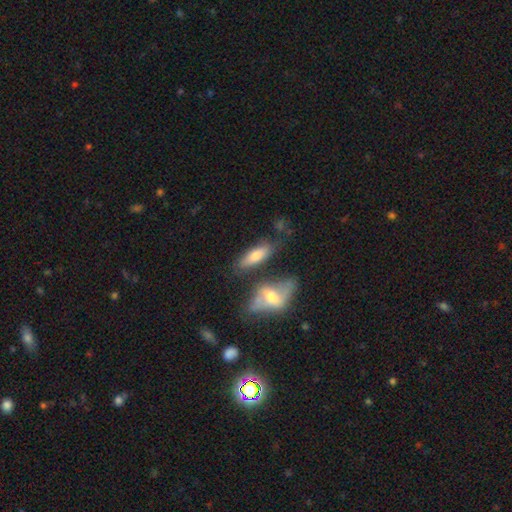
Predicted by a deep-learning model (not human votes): smooth_or_featured: smooth (p=0.66) [alt: featured or disk p=0.26]
how_rounded: in between (p=0.64) [alt: cigar-shaped p=0.33]
merging: none (p=0.59) [alt: merger p=0.18]